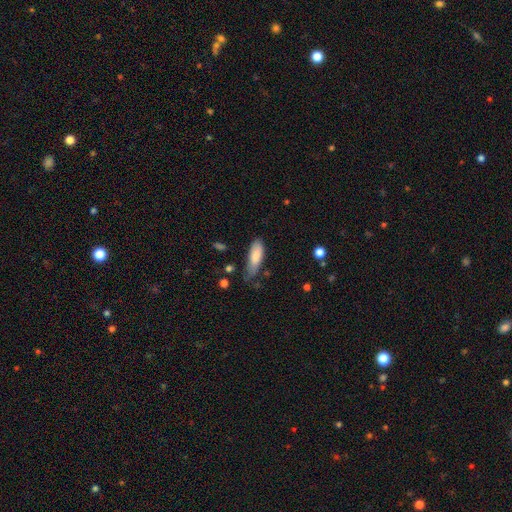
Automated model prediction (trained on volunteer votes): This appears to be a smooth galaxy with no disk features (82%) that is in between round and cigar-shaped (62%). Merging: none (50%).